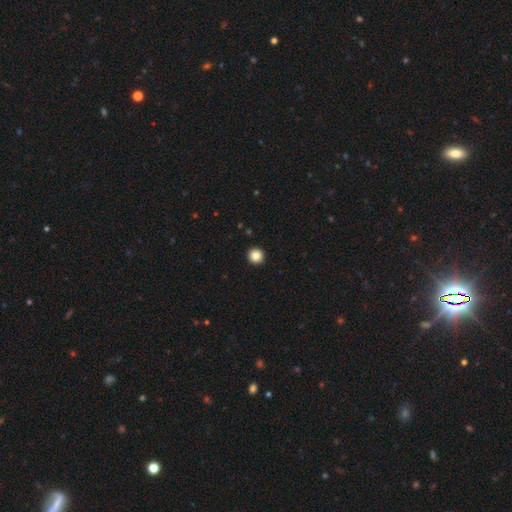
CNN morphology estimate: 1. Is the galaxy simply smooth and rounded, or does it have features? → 84% smooth, 11% star or artifact, 5% featured or disk.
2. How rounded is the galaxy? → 96% round, 3% in between, 1% cigar-shaped.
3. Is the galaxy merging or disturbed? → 94% none, 4% minor disturbance, 1% major disturbance, 1% merger.